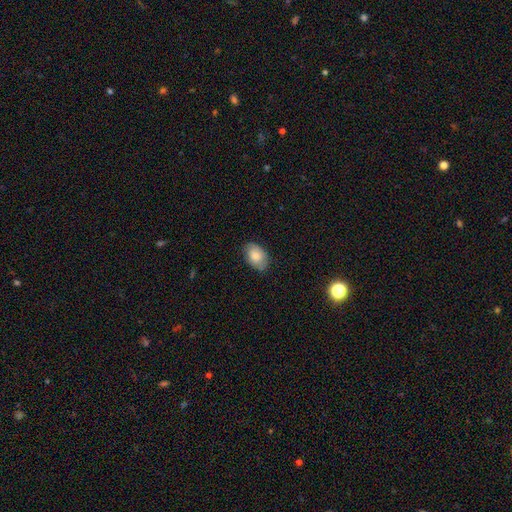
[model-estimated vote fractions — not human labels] smooth 77%, featured or disk 16%, star or artifact 7%. Down the decision tree: how rounded — in between (88%); merging — none (78%).